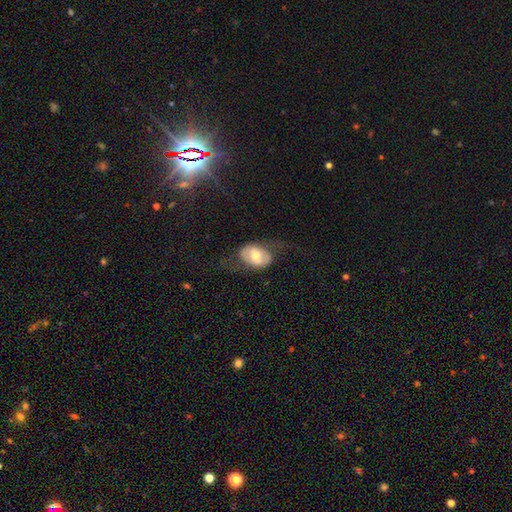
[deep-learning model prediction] Q: Smooth or featured?
A: smooth (48%); runner-up: featured or disk (46%)
Q: Merging?
A: none (54%); runner-up: major disturbance (24%)